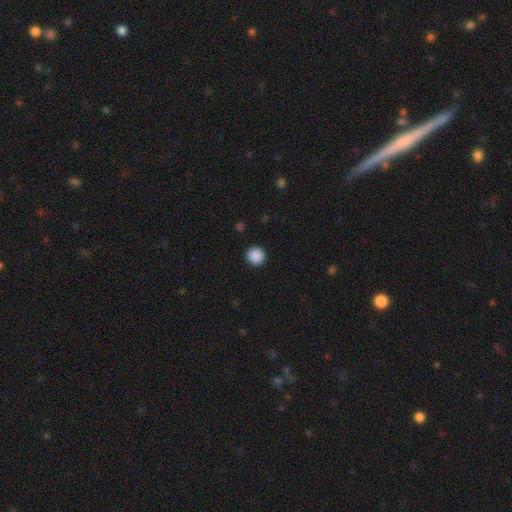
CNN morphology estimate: A smooth galaxy with no disk features (89%) that is round (95%).

Vote fractions:
- Smooth or featured? smooth: 89% / star or artifact: 9% / featured or disk: 2%
- How rounded? round: 95% / in between: 4% / cigar-shaped: 1%
- Merging? none: 93% / minor disturbance: 4% / major disturbance: 2% / merger: 1%